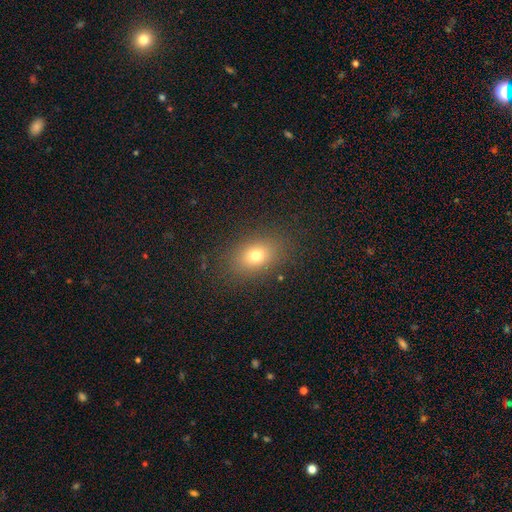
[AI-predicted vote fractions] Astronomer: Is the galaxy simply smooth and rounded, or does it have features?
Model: smooth — 76%.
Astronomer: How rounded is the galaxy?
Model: in between — 74%.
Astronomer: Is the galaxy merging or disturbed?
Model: none — 85%.